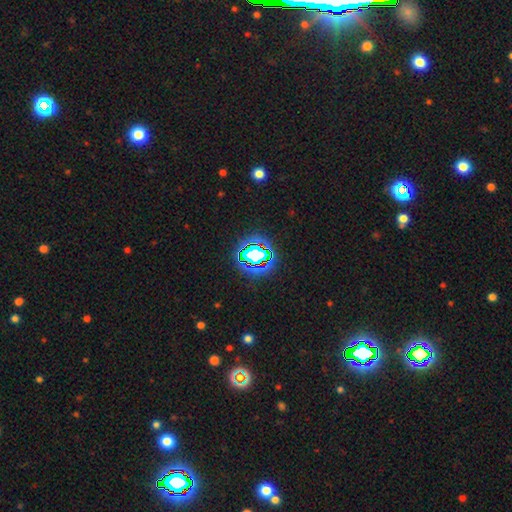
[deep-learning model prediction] Morphology: type=star or artifact (64%).